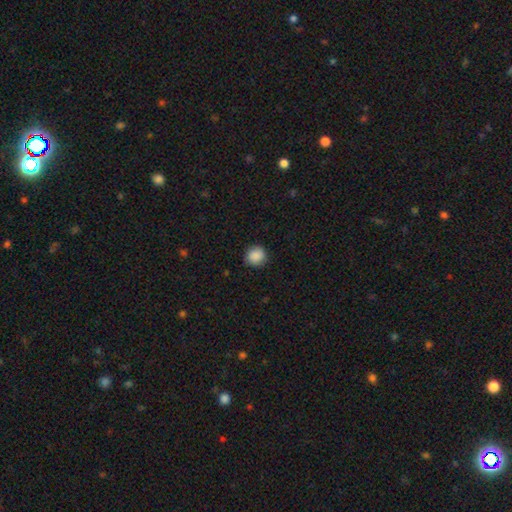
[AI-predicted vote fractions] This is clearly a smooth galaxy (89%). How rounded: clearly round (84%). Merging: clearly none (86%).